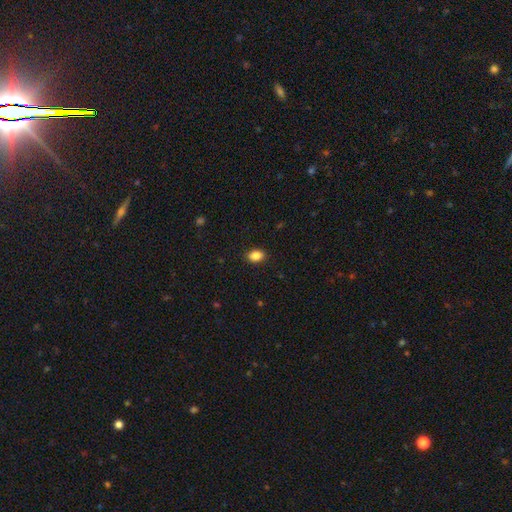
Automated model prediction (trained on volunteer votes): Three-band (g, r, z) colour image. It shows a smooth galaxy with no disk features (86%) that is in between round and cigar-shaped (78%). Merging: none (89%).